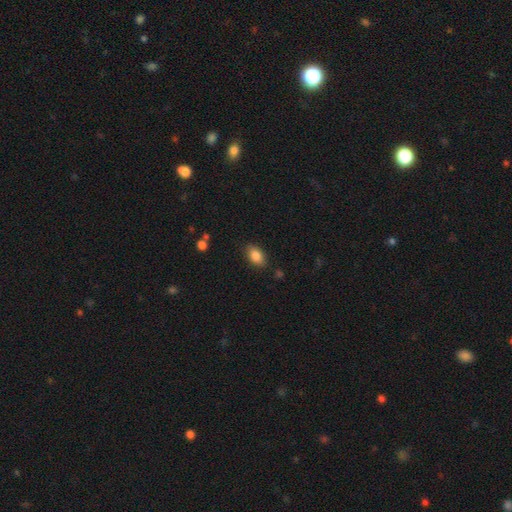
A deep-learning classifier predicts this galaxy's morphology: smooth_or_featured: smooth (p=0.85) [alt: star or artifact p=0.08]
how_rounded: in between (p=0.88) [alt: round p=0.09]
merging: none (p=0.84) [alt: minor disturbance p=0.12]